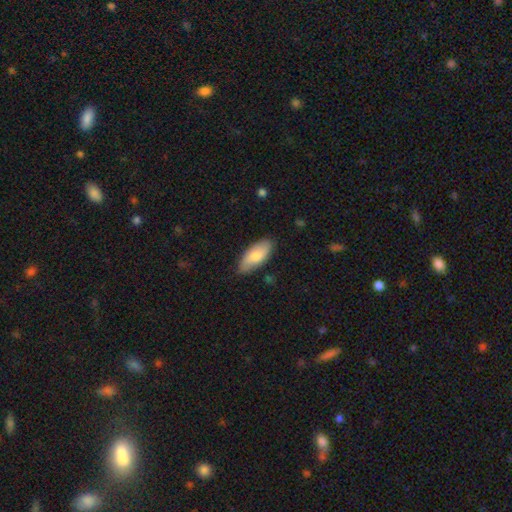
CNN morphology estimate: smooth_or_featured: smooth (p=0.75) [alt: featured or disk p=0.19]
how_rounded: in between (p=0.85) [alt: cigar-shaped p=0.13]
merging: none (p=0.81) [alt: minor disturbance p=0.16]